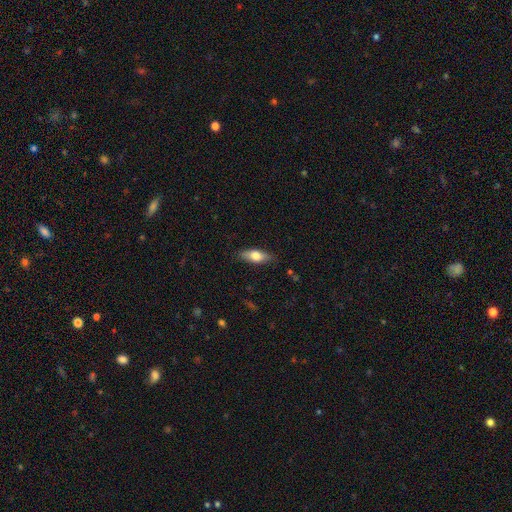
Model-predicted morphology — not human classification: smooth 67%, featured or disk 27%, star or artifact 6%. Down the decision tree: how rounded — in between (69%); merging — none (84%).